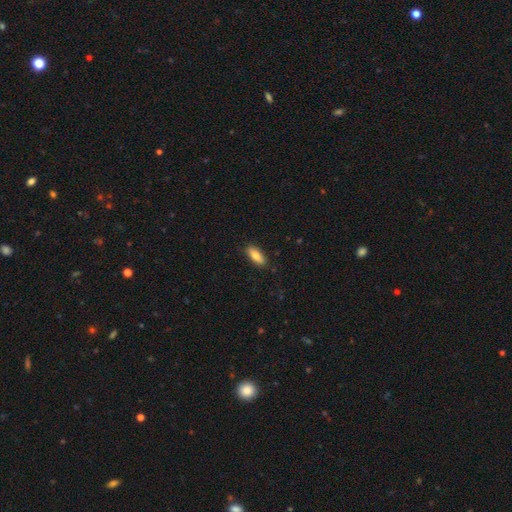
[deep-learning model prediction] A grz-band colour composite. It shows a smooth galaxy with no disk features (79%) that is in between round and cigar-shaped (72%). Merging: none (87%).